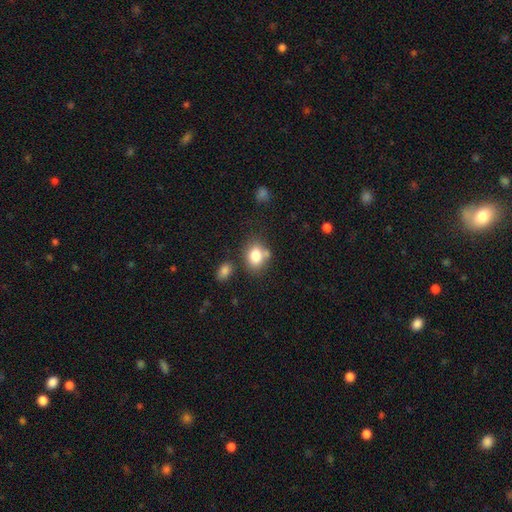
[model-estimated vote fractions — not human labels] Smooth or featured: smooth — 81% (featured or disk — 10%)
How rounded: in between — 57% (round — 41%)
Merging: none — 60% (merger — 18%)